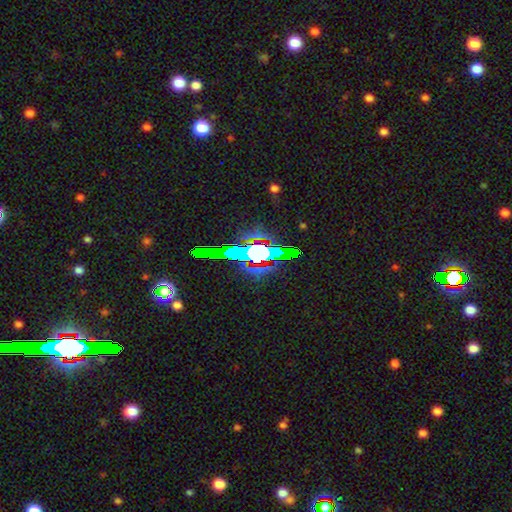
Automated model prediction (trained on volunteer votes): star or artifact 69%, featured or disk 17%, smooth 15%.